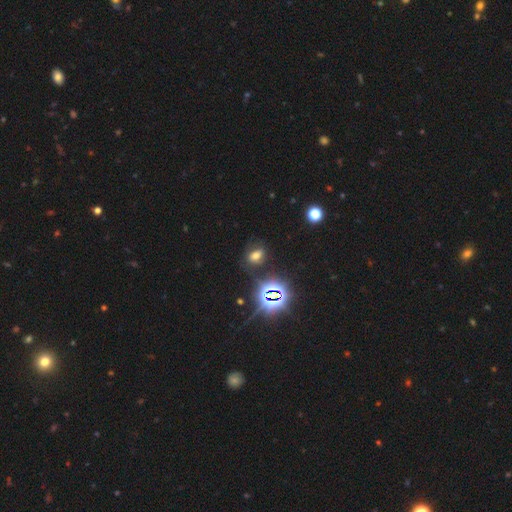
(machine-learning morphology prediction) smooth 51%, star or artifact 38%, featured or disk 11%. Down the decision tree: how rounded — in between (71%); merging — none (77%).